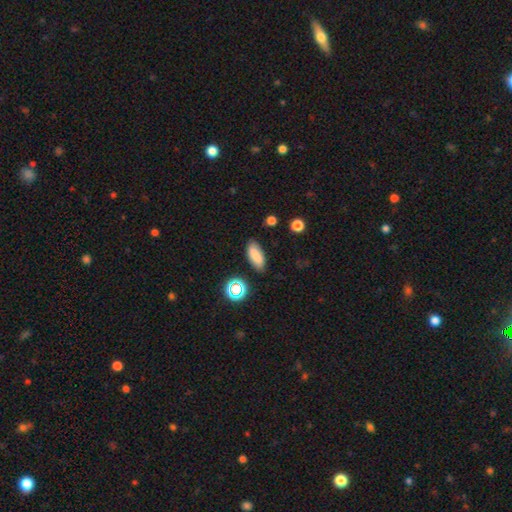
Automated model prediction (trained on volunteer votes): Morphology: type=smooth (81%); roundness=in between (80%); merging=none (81%).